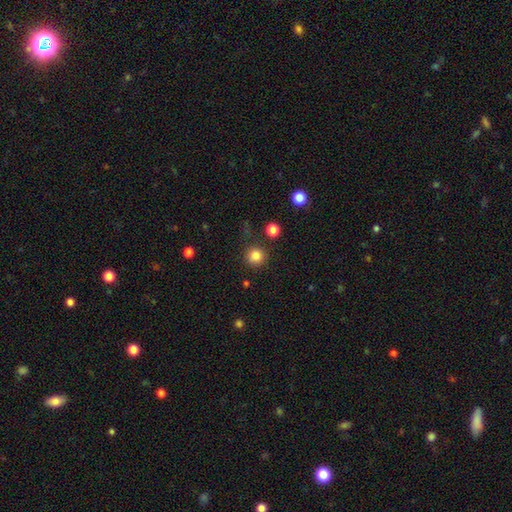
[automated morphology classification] Overall: smooth (84%). How rounded: round (94%). Merging: none (86%).